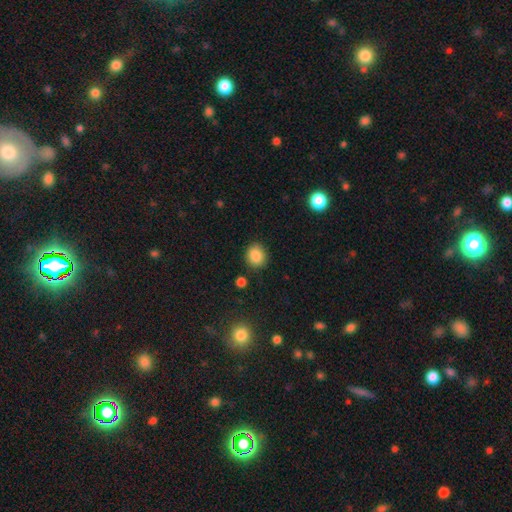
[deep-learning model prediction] This appears to be a smooth galaxy with no disk features (86%) that is round (73%). Merging: none (86%).